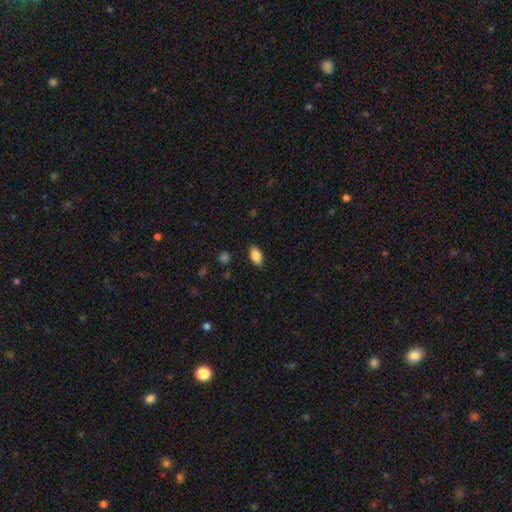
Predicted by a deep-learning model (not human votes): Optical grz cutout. It shows a smooth galaxy with no disk features (86%) that is in between round and cigar-shaped (92%). Merging: none (87%).